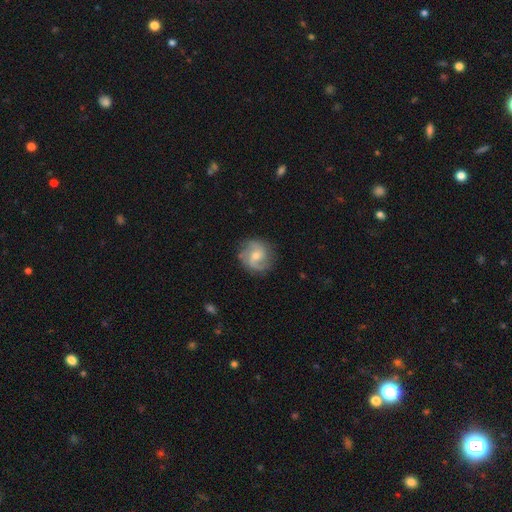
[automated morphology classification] Smooth or featured? featured or disk (74%)
Edge-on disk? no (98%)
Bar? no (56%)
Spiral arms? yes (94%)
Spiral winding? medium (48%)
Spiral arm count? 2 (70%)
Bulge size? small (49%)
Merging? none (78%)